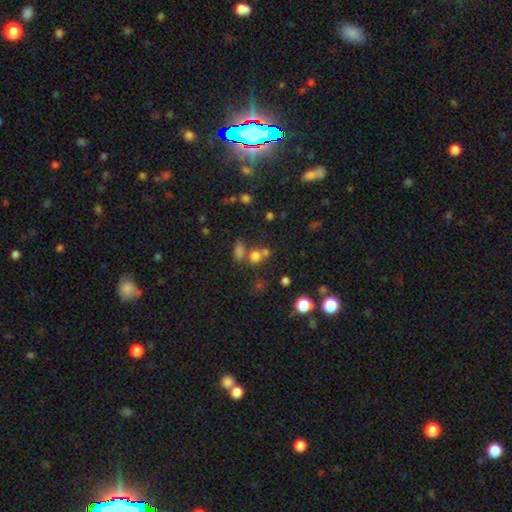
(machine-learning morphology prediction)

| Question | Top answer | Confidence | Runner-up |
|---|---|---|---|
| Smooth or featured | smooth | 68% | star or artifact (23%) |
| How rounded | round | 59% | in between (39%) |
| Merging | none | 48% | merger (35%) |